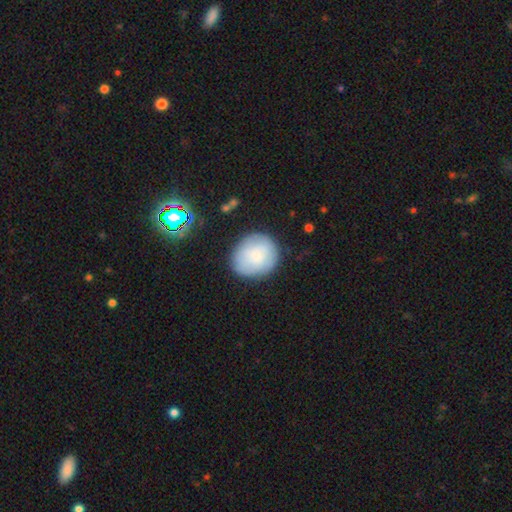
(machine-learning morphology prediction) Smooth or featured? Predicted: smooth (p=0.73). How rounded? Predicted: round (p=0.77). Merging? Predicted: none (p=0.80).